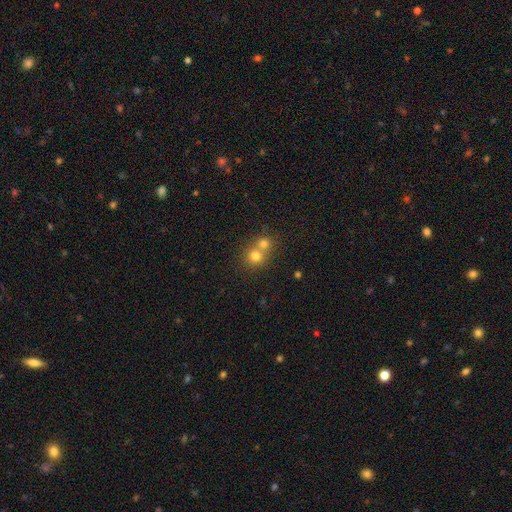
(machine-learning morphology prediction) The model was most divided on "merging": merger: 53%, none: 40%, minor disturbance: 5%, major disturbance: 2%. More confident: how rounded — round (86%); smooth or featured — smooth (75%).